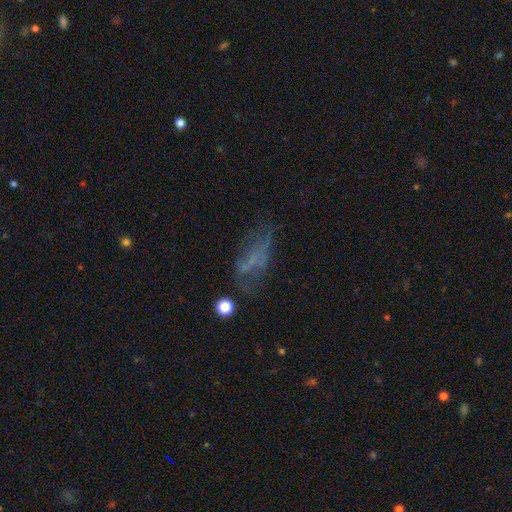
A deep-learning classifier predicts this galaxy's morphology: smooth-or-featured: smooth: 38% | featured or disk: 37% | star or artifact: 25%
  merging: none: 44% | major disturbance: 27% | minor disturbance: 22% | merger: 6%